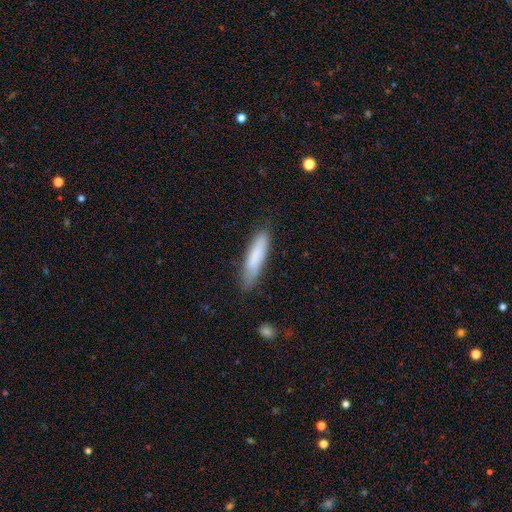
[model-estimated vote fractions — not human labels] The model was most divided on "smooth or featured": smooth: 79%, featured or disk: 15%, star or artifact: 6%. More confident: how rounded — cigar-shaped (82%); merging — none (80%).